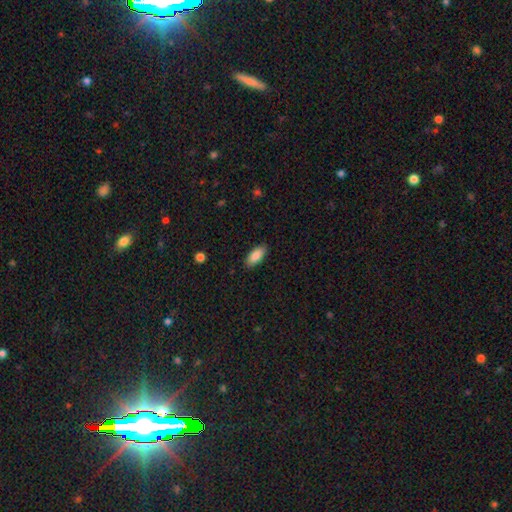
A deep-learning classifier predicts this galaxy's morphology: Overall: smooth (88%). How rounded: in between (87%). Merging: none (87%).